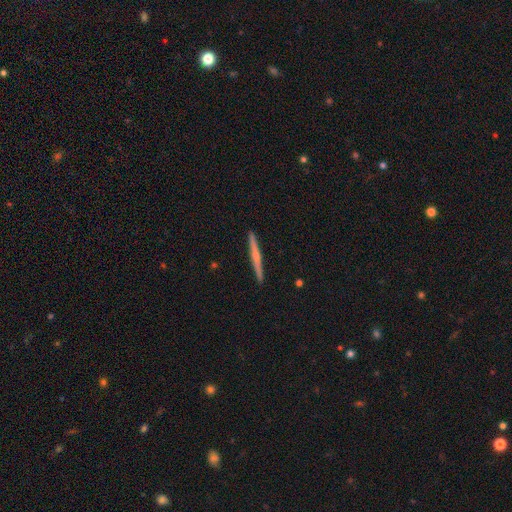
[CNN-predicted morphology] Smooth or featured? featured or disk (57%)
Edge-on disk? yes (98%)
Edge-on bulge? none (47%)
Merging? none (93%)